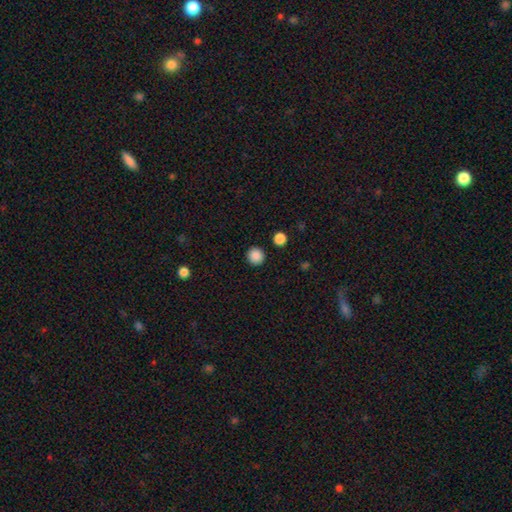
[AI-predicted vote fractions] smooth 88%, star or artifact 10%, featured or disk 2%. Down the decision tree: how rounded — round (94%); merging — none (92%).